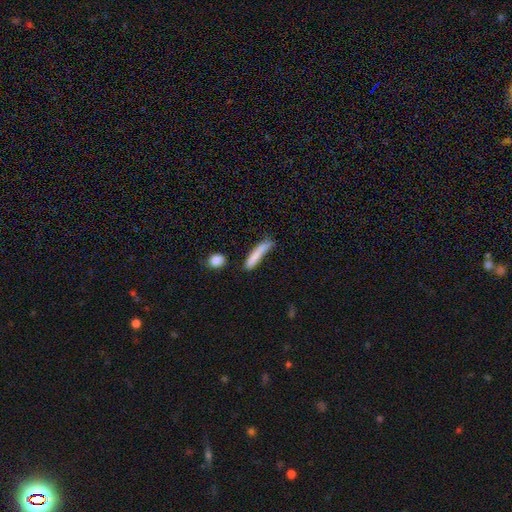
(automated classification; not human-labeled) A smooth galaxy with no disk features (80%) that is cigar-shaped (89%).

Vote fractions:
- Smooth or featured? smooth: 80% / featured or disk: 13% / star or artifact: 7%
- How rounded? cigar-shaped: 89% / in between: 9% / round: 2%
- Merging? none: 57% / minor disturbance: 26% / major disturbance: 10% / merger: 7%